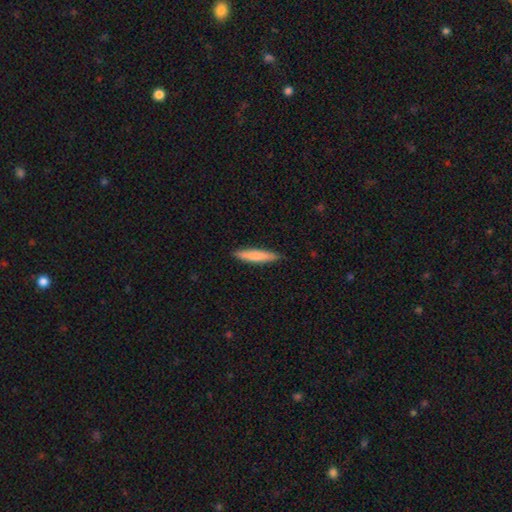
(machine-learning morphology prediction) Q: Smooth or featured?
A: smooth (75%); runner-up: featured or disk (20%)
Q: How rounded?
A: cigar-shaped (90%); runner-up: in between (8%)
Q: Merging?
A: none (89%); runner-up: minor disturbance (8%)